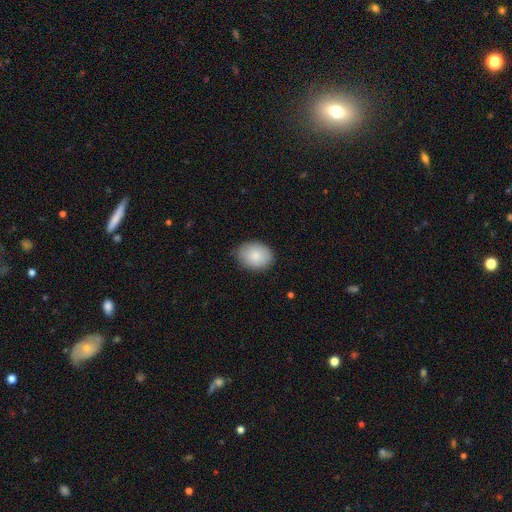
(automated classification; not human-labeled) Morphology: type=smooth (87%); roundness=in between (68%); merging=none (82%).